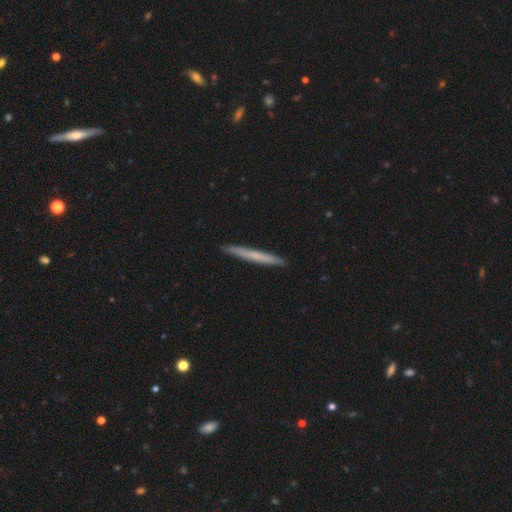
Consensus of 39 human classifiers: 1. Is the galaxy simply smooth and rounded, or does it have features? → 49% smooth, 46% featured or disk, 5% star or artifact.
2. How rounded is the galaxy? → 100% cigar-shaped, 0% round, 0% in between.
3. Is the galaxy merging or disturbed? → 100% none, 0% minor disturbance, 0% major disturbance, 0% merger.